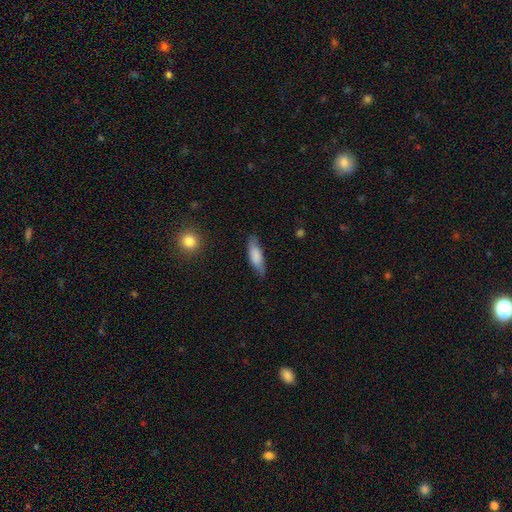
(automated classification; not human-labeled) Smooth or featured?
  - smooth: 79% *
  - featured or disk: 15%
  - star or artifact: 6%
How rounded?
  - in between: 52% *
  - cigar-shaped: 46%
  - round: 2%
Merging?
  - none: 76% *
  - minor disturbance: 19%
  - major disturbance: 4%
  - merger: 1%